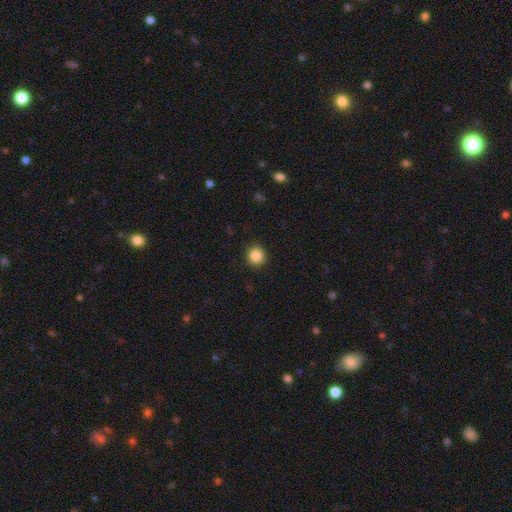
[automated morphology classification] Q: Smooth or featured?
A: smooth (87%); runner-up: star or artifact (10%)
Q: How rounded?
A: round (92%); runner-up: in between (7%)
Q: Merging?
A: none (92%); runner-up: minor disturbance (5%)